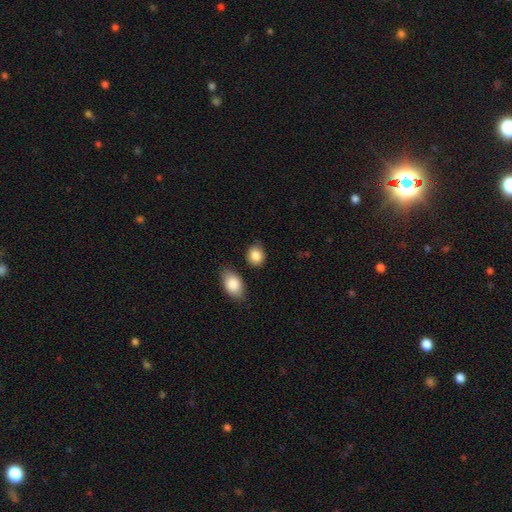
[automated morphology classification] This appears to be a smooth galaxy with no disk features (87%) that is round (62%). Merging: none (79%).